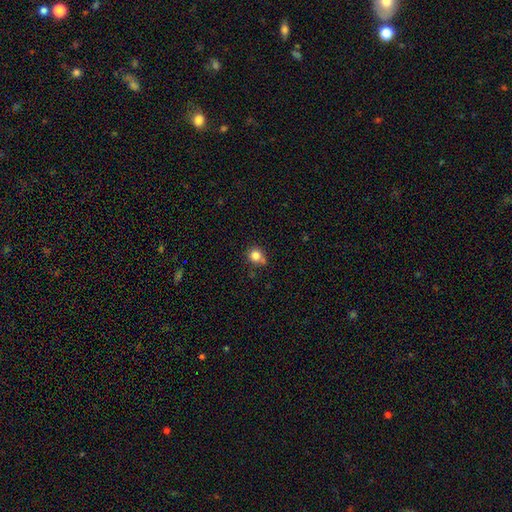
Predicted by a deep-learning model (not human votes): Smooth or featured? smooth (82%)
How rounded? round (86%)
Merging? none (67%)